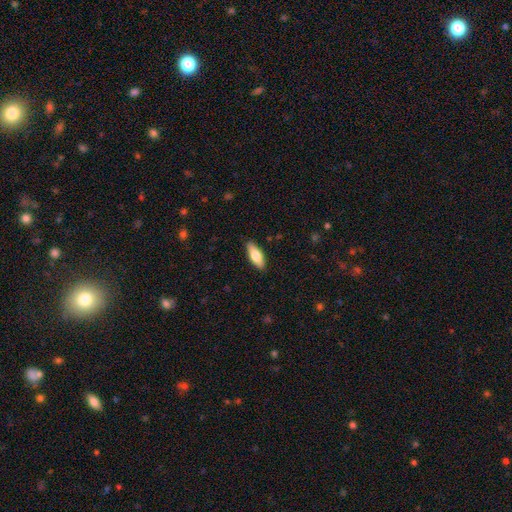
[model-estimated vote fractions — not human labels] Smooth or featured? smooth (68%)
How rounded? in between (66%)
Merging? none (88%)